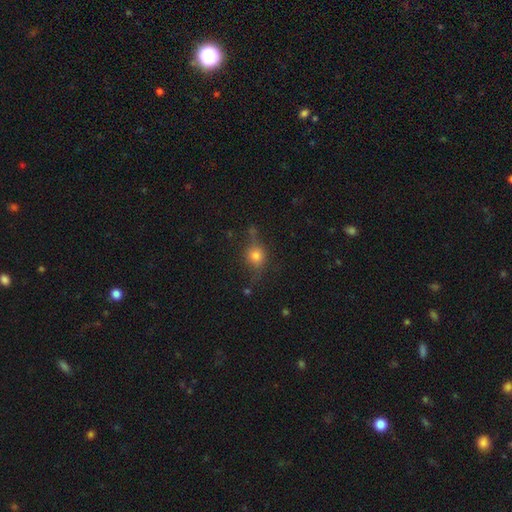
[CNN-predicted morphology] Smooth or featured? Predicted: smooth (p=0.63). How rounded? Predicted: round (p=0.71). Merging? Predicted: none (p=0.65).